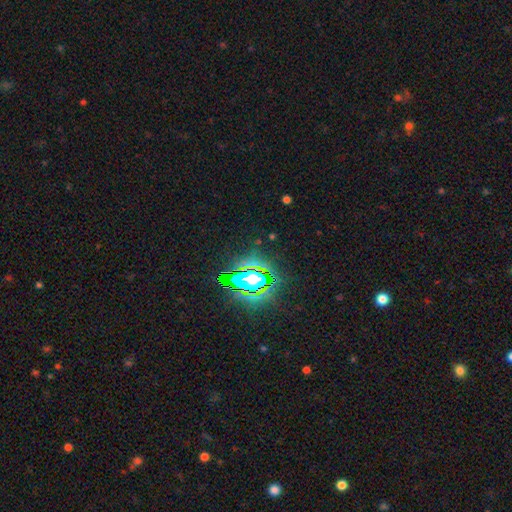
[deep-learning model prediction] A star or artifact, not a galaxy (80%).